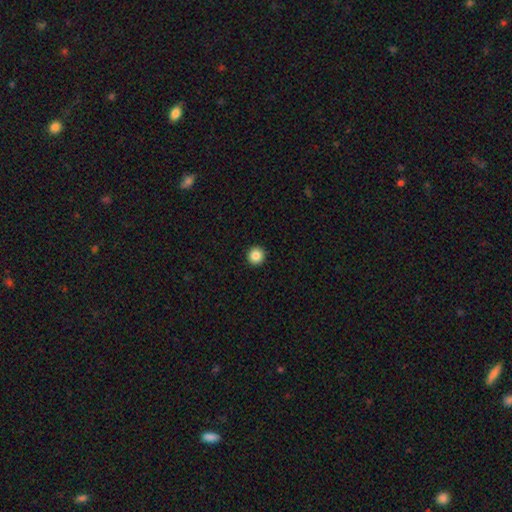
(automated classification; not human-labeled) Morphology: type=smooth (86%); roundness=round (96%); merging=none (94%).